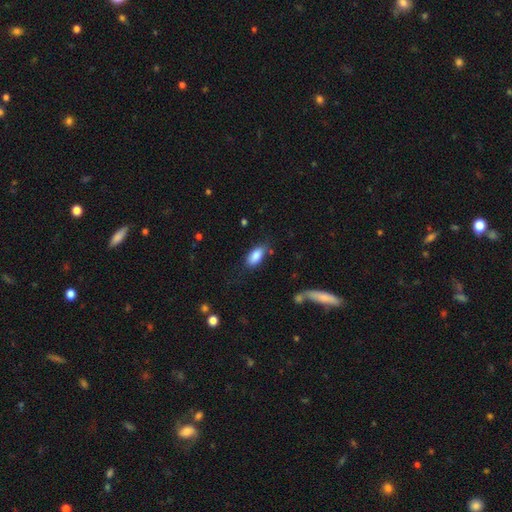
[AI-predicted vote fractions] Morphology: type=smooth (86%); roundness=in between (90%); merging=none (73%).